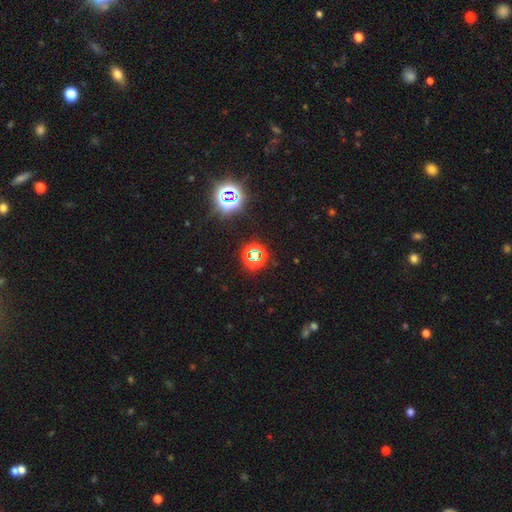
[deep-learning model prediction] This appears to be a star or artifact, not a galaxy (73%).